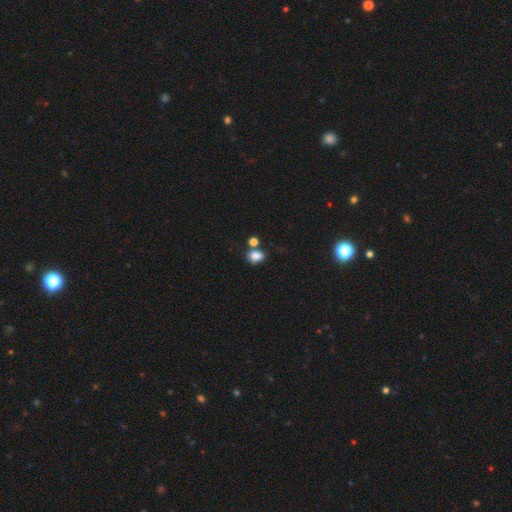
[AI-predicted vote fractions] A smooth galaxy with no disk features (83%) that is in between round and cigar-shaped (50%).

Vote fractions:
- Smooth or featured? smooth: 83% / star or artifact: 11% / featured or disk: 6%
- How rounded? in between: 50% / round: 49% / cigar-shaped: 1%
- Merging? none: 57% / merger: 24% / minor disturbance: 14% / major disturbance: 5%